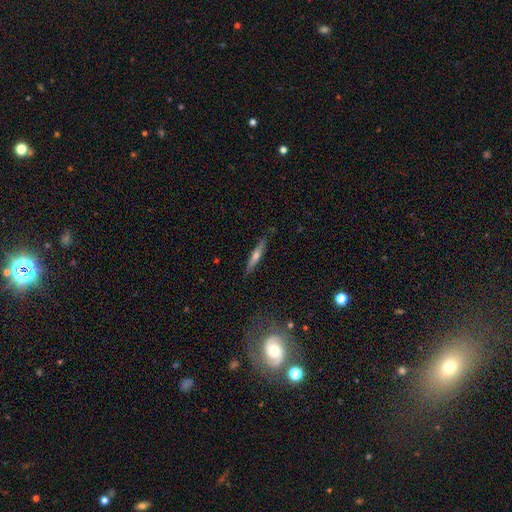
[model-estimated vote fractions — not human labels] smooth-or-featured: featured or disk: 52% | smooth: 41% | star or artifact: 7%
  disk-edge-on: yes: 93% | no: 7%
  merging: none: 86% | minor disturbance: 10% | major disturbance: 2% | merger: 2%